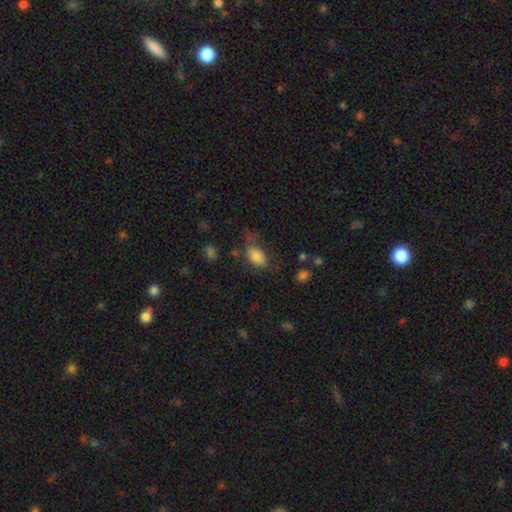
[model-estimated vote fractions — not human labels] Smooth or featured?
  - smooth: 82% *
  - featured or disk: 9%
  - star or artifact: 9%
How rounded?
  - in between: 91% *
  - round: 7%
  - cigar-shaped: 3%
Merging?
  - none: 43% *
  - minor disturbance: 28%
  - major disturbance: 24%
  - merger: 5%